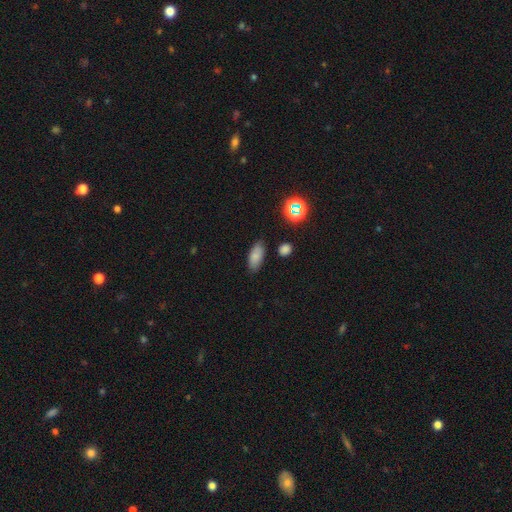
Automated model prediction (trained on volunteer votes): Smooth or featured: smooth — 80% (star or artifact — 11%)
How rounded: in between — 85% (cigar-shaped — 10%)
Merging: none — 81% (minor disturbance — 14%)